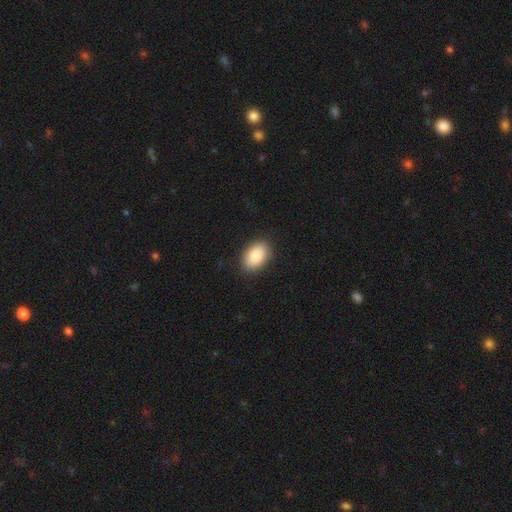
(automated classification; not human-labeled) A smooth galaxy with no disk features (87%) that is in between round and cigar-shaped (89%).

Vote fractions:
- Smooth or featured? smooth: 87% / star or artifact: 7% / featured or disk: 6%
- How rounded? in between: 89% / round: 10% / cigar-shaped: 1%
- Merging? none: 88% / minor disturbance: 9% / major disturbance: 2% / merger: 1%